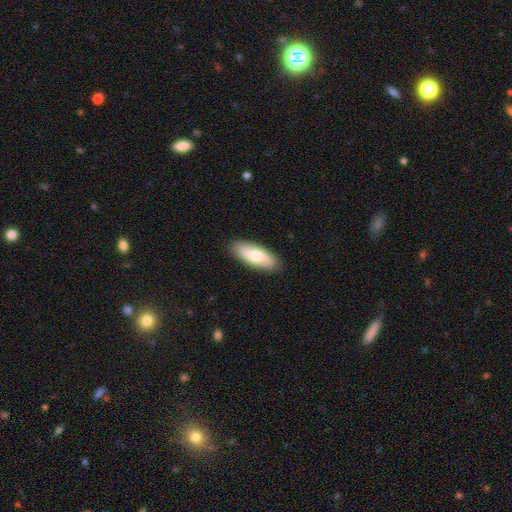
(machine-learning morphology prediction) Smooth or featured: smooth — 64% (featured or disk — 31%)
How rounded: in between — 80% (cigar-shaped — 18%)
Merging: none — 88% (minor disturbance — 9%)